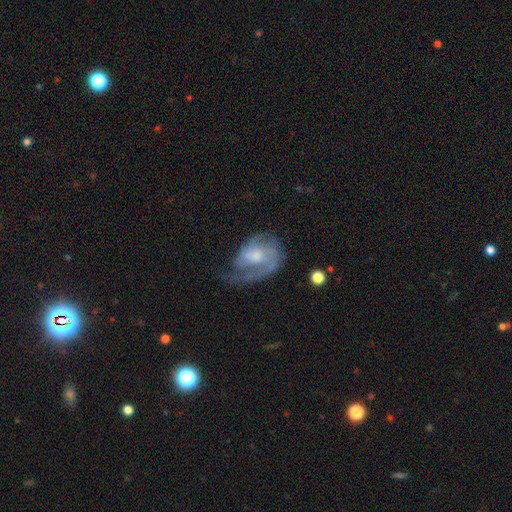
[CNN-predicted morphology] type=featured or disk (78%); edge-on=no (97%); bar=no (55%); spiral arms=yes (91%); winding=medium (43%); arm count=1 (40%); bulge=moderate (43%); merging=none (42%).